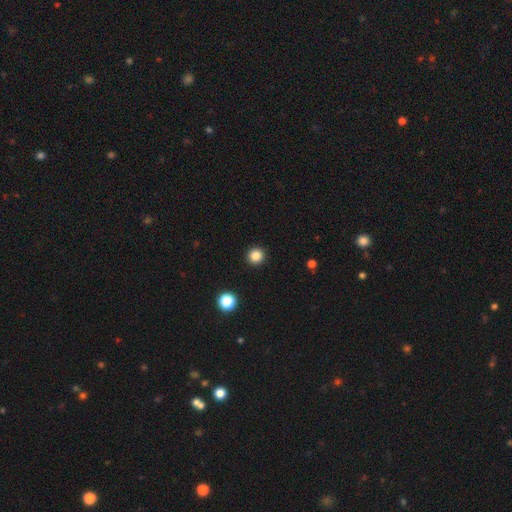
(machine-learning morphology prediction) A smooth galaxy with no disk features (84%) that is round (95%). Merging: none (93%).